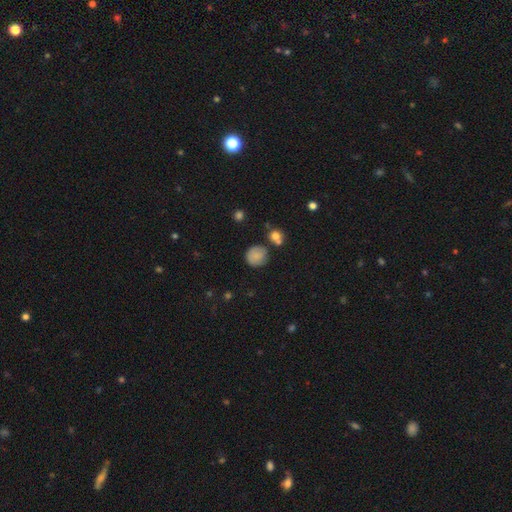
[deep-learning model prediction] Overall: smooth (80%). How rounded: round (89%). Merging: none (74%).